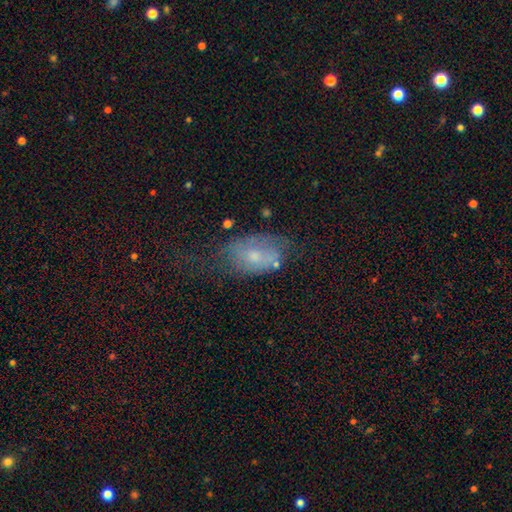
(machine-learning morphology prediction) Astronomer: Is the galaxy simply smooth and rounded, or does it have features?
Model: smooth — 45% (runner-up: featured or disk, 44%).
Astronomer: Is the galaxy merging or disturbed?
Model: none — 37% (runner-up: minor disturbance, 30%).